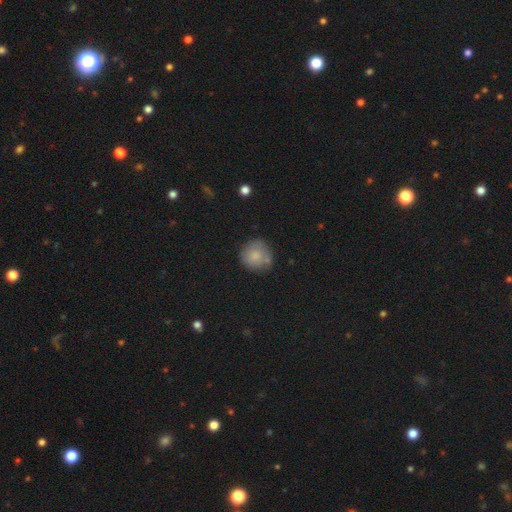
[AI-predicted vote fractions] Morphology: type=smooth (79%); roundness=round (91%); merging=none (68%).